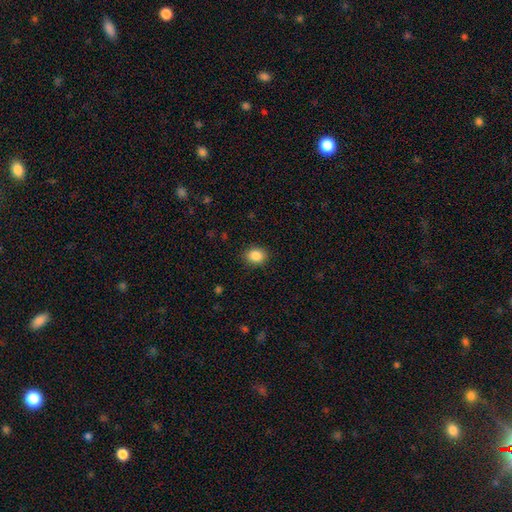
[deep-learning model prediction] This appears to be a smooth galaxy with no disk features (87%) that is round (54%). Merging: none (89%).